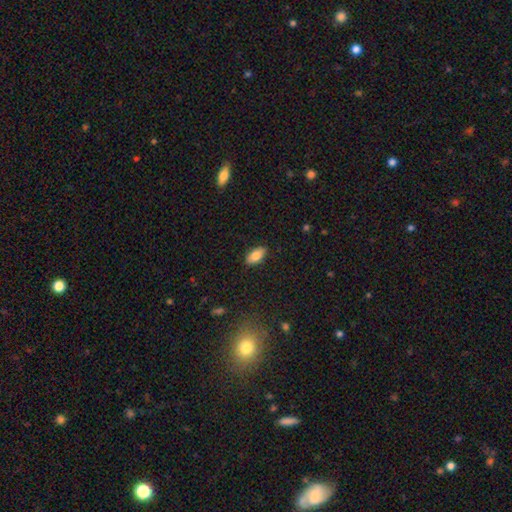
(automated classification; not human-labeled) Smooth or featured: smooth — 80% (featured or disk — 12%)
How rounded: in between — 91% (cigar-shaped — 6%)
Merging: none — 88% (minor disturbance — 9%)